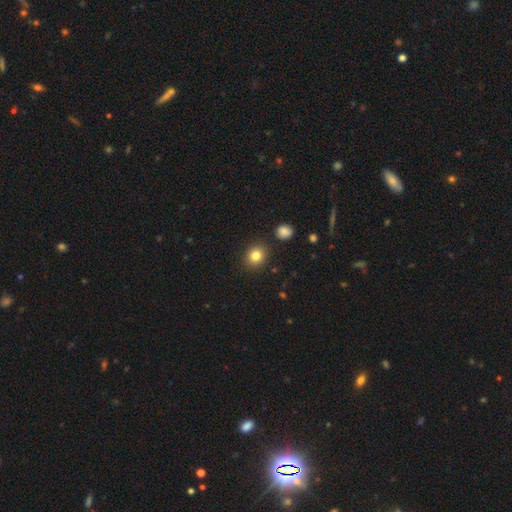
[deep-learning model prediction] smooth-or-featured: smooth: 83% | star or artifact: 11% | featured or disk: 6%
  how-rounded: round: 77% | in between: 22% | cigar-shaped: 1%
  merging: none: 88% | minor disturbance: 7% | merger: 3% | major disturbance: 2%